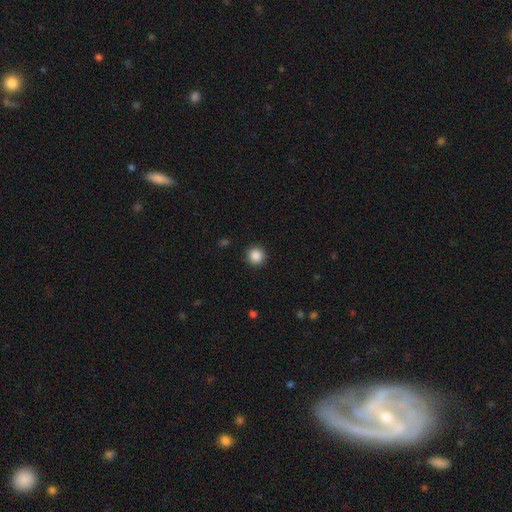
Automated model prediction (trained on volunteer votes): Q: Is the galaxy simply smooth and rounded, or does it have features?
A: smooth — 87%.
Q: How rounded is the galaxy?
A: round — 95%.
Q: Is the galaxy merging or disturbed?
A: none — 91%.